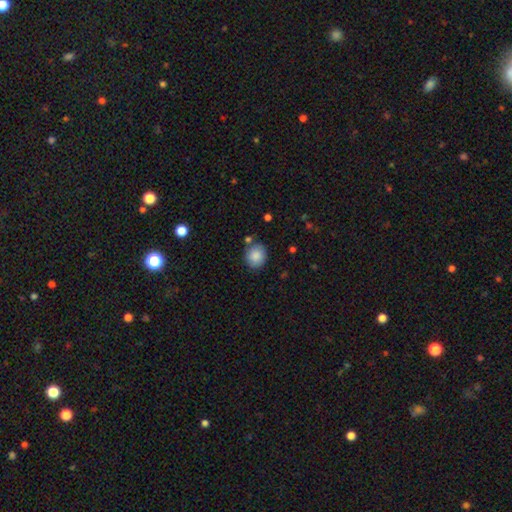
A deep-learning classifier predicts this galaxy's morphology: A smooth galaxy with no disk features (87%) that is round (75%). Merging: none (80%).